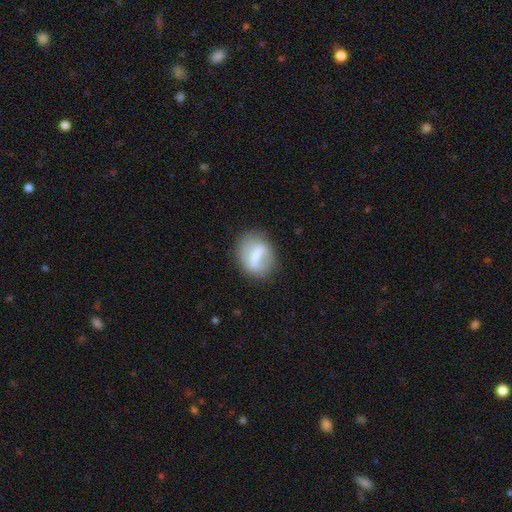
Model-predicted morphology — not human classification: This is possibly a smooth galaxy (47%). Merging: likely none (73%).